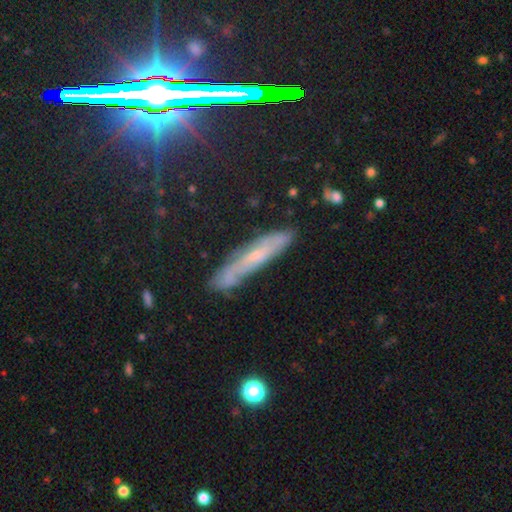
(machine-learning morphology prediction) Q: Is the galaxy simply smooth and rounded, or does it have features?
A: featured or disk — 52%.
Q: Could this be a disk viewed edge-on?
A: yes — 66%.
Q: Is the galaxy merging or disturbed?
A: none — 74%.